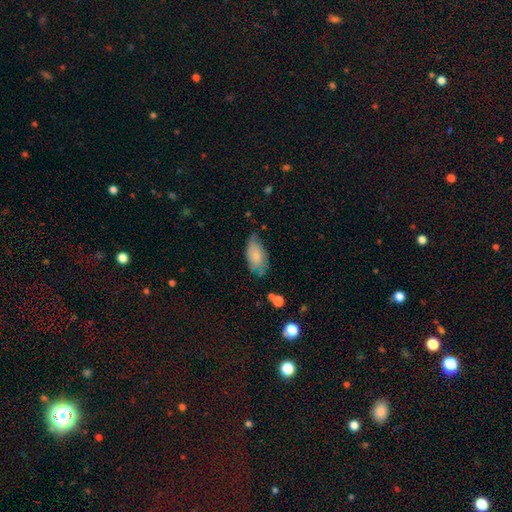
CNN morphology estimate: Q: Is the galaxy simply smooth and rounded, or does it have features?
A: smooth — 73%.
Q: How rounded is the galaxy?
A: in between — 92%.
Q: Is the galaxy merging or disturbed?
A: none — 52%.